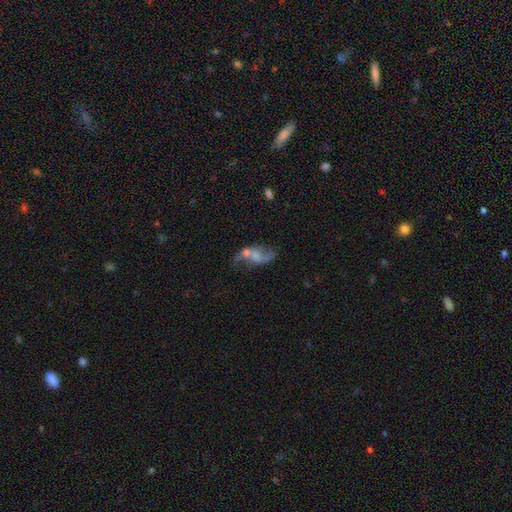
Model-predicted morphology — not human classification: Smooth or featured? Predicted: featured or disk (p=0.62). Edge-on disk? Predicted: no (p=0.95). Bar? Predicted: no (p=0.57). Spiral arms? Predicted: yes (p=0.67). Bulge size? Predicted: none (p=0.41). Merging? Predicted: none (p=0.34).